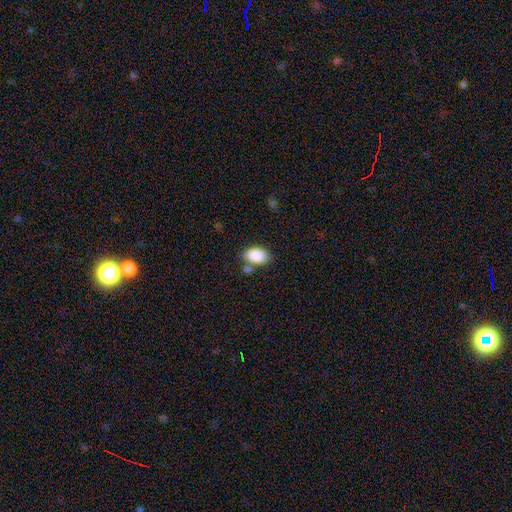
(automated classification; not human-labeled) This is clearly a smooth galaxy (88%). How rounded: clearly in between (88%). Merging: likely none (71%).